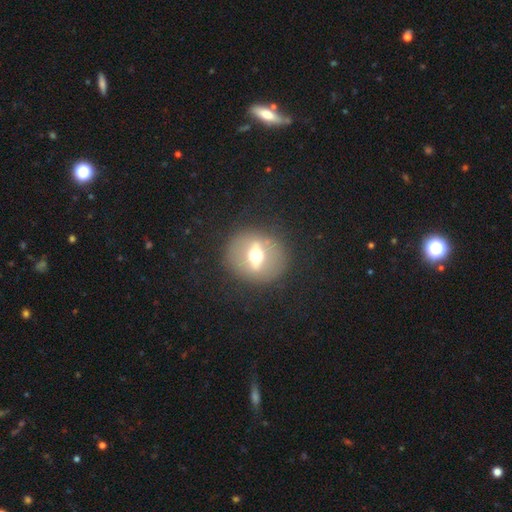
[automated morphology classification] This appears to be a featured or disk galaxy (64%). Merging: none (84%).